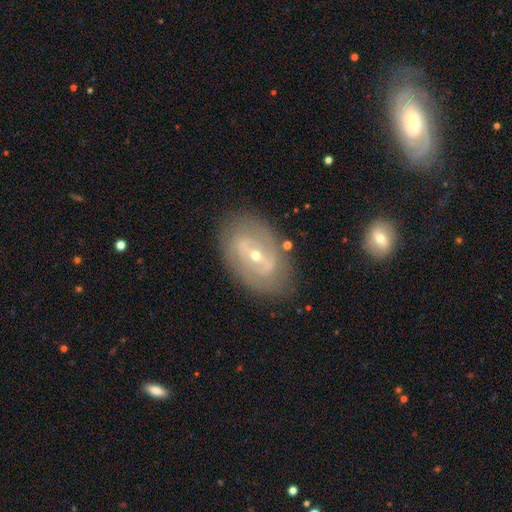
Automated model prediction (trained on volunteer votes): Smooth or featured: featured or disk — 78% (smooth — 15%)
Edge-on disk: no — 94% (yes — 6%)
Bar: weak — 40% (strong — 31%)
Spiral arms: yes — 64% (no — 36%)
Bulge size: small — 58% (moderate — 39%)
Merging: none — 78% (minor disturbance — 14%)